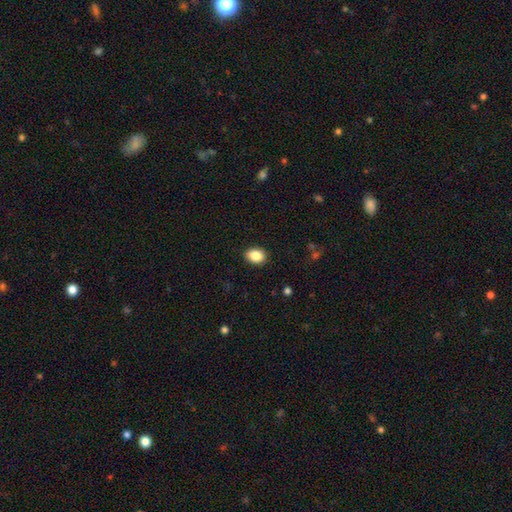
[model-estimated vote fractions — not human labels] The model was most divided on "how rounded": in between: 68%, round: 31%, cigar-shaped: 1%. More confident: merging — none (88%); smooth or featured — smooth (87%).